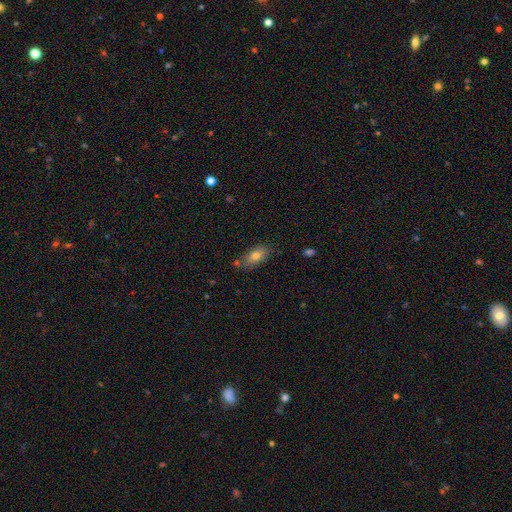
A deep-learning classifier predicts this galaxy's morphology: This is likely a smooth galaxy (76%). How rounded: clearly in between (86%). Merging: likely none (74%).